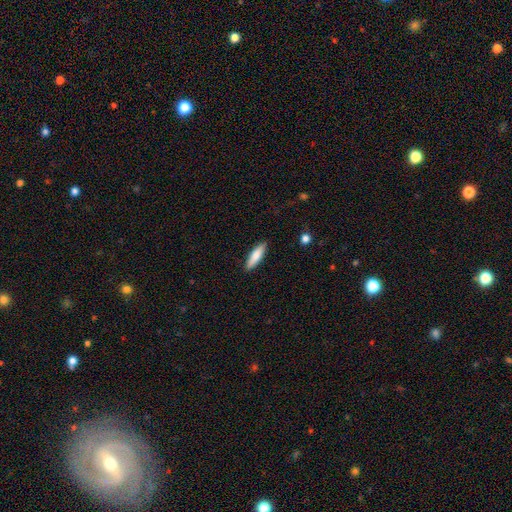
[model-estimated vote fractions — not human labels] smooth_or_featured: smooth (p=0.75) [alt: featured or disk p=0.19]
how_rounded: cigar-shaped (p=0.66) [alt: in between p=0.32]
merging: none (p=0.89) [alt: minor disturbance p=0.08]